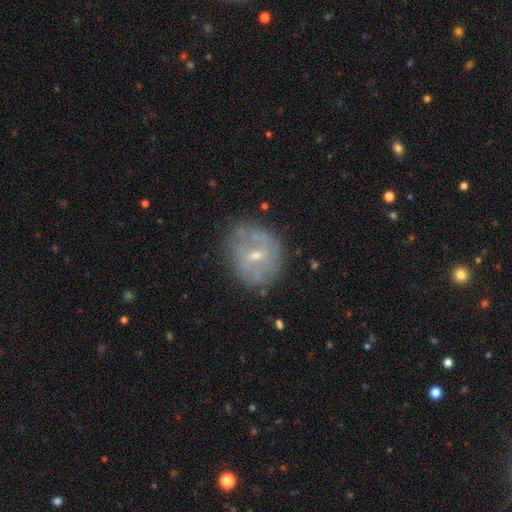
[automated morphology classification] The model was most divided on "bulge size": small: 55%, moderate: 41%, none: 3%, large: 1%, dominant: 1%. More confident: edge-on disk — no (97%); merging — none (70%); smooth or featured — featured or disk (68%); spiral arms — yes (65%); bar — weak (56%).